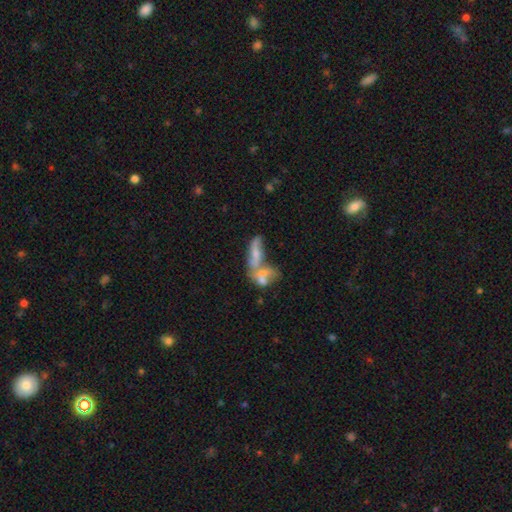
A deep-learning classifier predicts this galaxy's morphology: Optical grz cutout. It shows a featured or disk galaxy (45%). Merging: merger (63%).